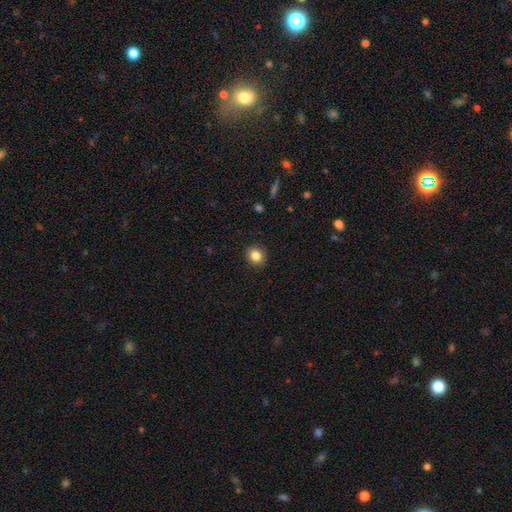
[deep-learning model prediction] Q: Smooth or featured?
A: smooth (84%); runner-up: star or artifact (10%)
Q: How rounded?
A: round (81%); runner-up: in between (18%)
Q: Merging?
A: none (90%); runner-up: minor disturbance (7%)